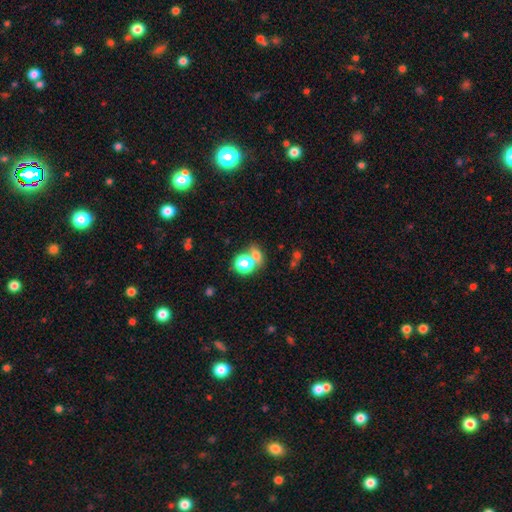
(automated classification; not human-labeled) Smooth or featured: smooth — 69% (star or artifact — 19%)
How rounded: round — 57% (in between — 40%)
Merging: none — 46% (merger — 40%)